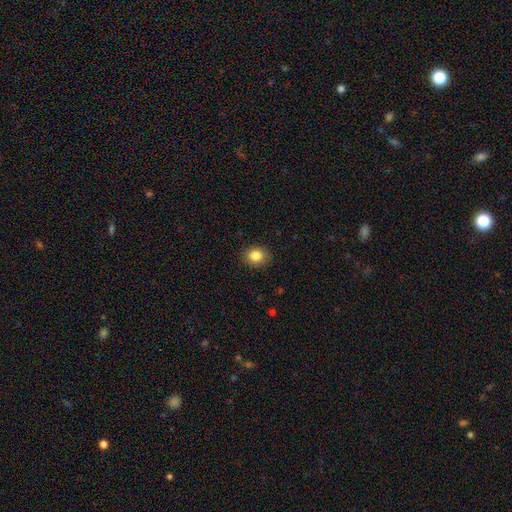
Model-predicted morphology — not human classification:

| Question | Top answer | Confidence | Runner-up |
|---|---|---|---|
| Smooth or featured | smooth | 84% | star or artifact (10%) |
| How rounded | round | 66% | in between (33%) |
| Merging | none | 89% | minor disturbance (8%) |